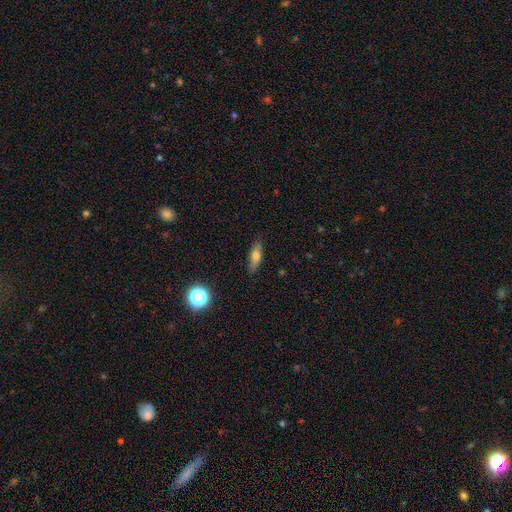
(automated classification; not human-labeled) The model was most divided on "how rounded": cigar-shaped: 57%, in between: 38%, round: 4%. More confident: merging — none (85%); smooth or featured — smooth (59%).